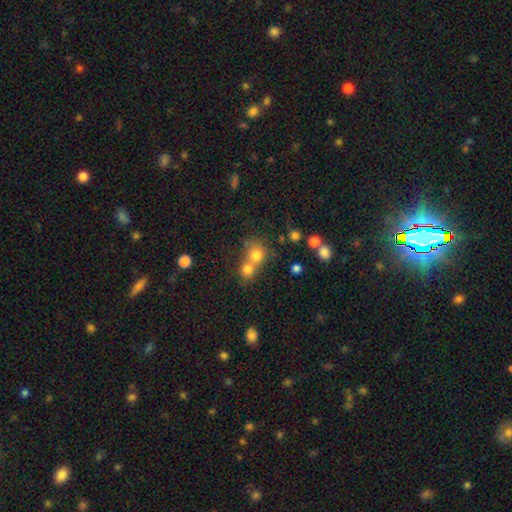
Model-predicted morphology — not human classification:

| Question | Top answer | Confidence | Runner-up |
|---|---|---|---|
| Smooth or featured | smooth | 75% | star or artifact (13%) |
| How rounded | round | 81% | in between (18%) |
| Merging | merger | 57% | none (33%) |